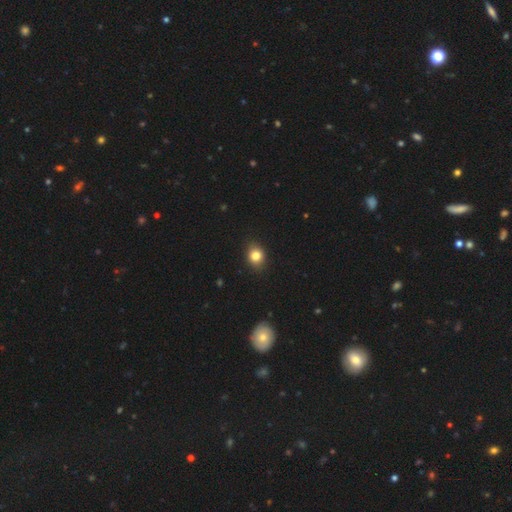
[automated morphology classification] smooth-or-featured: smooth: 81% | star or artifact: 11% | featured or disk: 8%
  how-rounded: round: 55% | in between: 44% | cigar-shaped: 1%
  merging: none: 86% | minor disturbance: 11% | major disturbance: 2% | merger: 1%